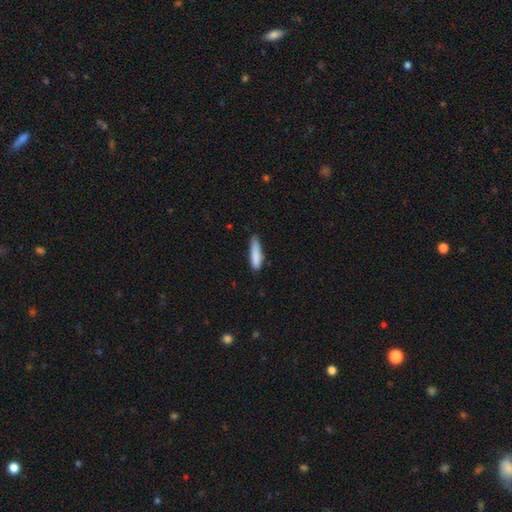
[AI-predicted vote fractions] Smooth or featured? Predicted: smooth (p=0.85). How rounded? Predicted: cigar-shaped (p=0.76). Merging? Predicted: none (p=0.69).